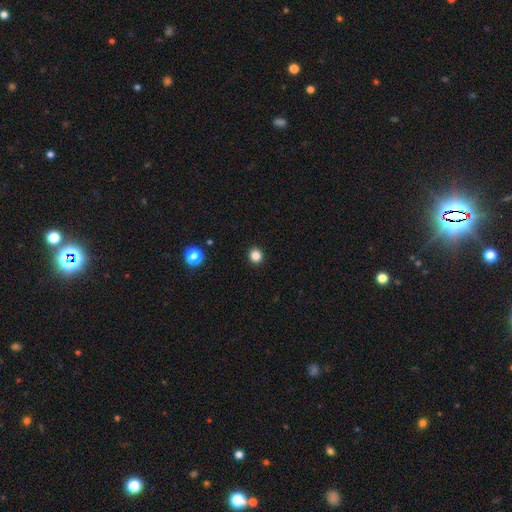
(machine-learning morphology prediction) Smooth or featured: smooth — 85% (star or artifact — 12%)
How rounded: round — 90% (in between — 9%)
Merging: none — 93% (minor disturbance — 4%)